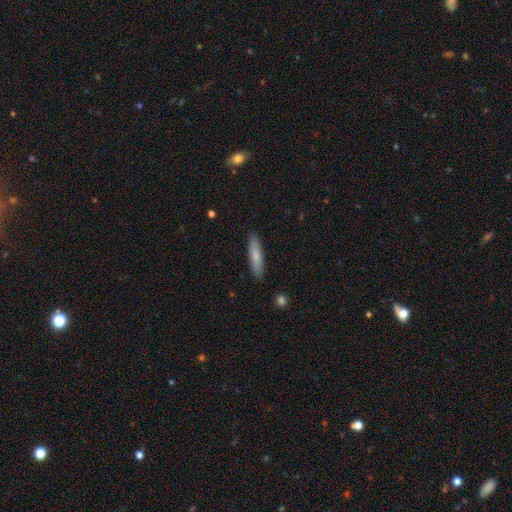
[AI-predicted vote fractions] Smooth or featured: smooth — 76% (featured or disk — 18%)
How rounded: cigar-shaped — 83% (in between — 16%)
Merging: none — 90% (minor disturbance — 7%)